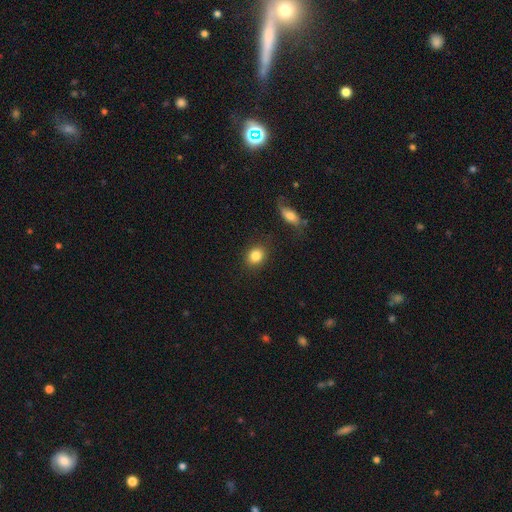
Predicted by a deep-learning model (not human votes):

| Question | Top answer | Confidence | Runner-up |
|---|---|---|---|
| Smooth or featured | smooth | 84% | star or artifact (9%) |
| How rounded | round | 61% | in between (38%) |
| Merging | none | 84% | minor disturbance (9%) |